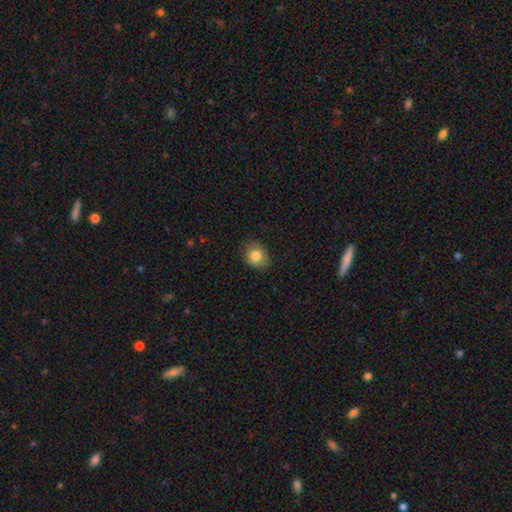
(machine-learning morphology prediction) smooth-or-featured: smooth: 83% | star or artifact: 9% | featured or disk: 8%
  how-rounded: round: 55% | in between: 44% | cigar-shaped: 1%
  merging: none: 80% | minor disturbance: 16% | major disturbance: 3% | merger: 1%